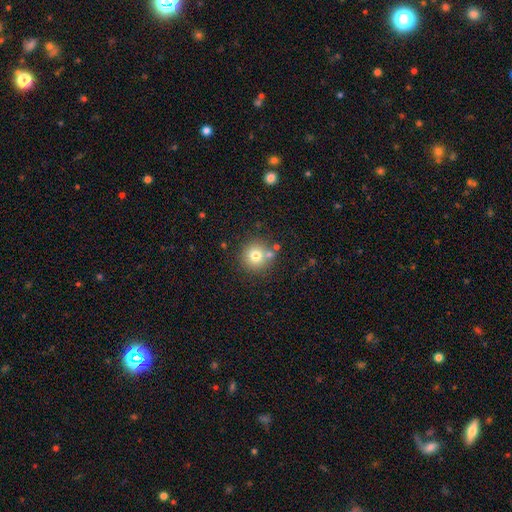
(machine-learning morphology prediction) A smooth galaxy with no disk features (75%) that is round (93%). Merging: none (75%).